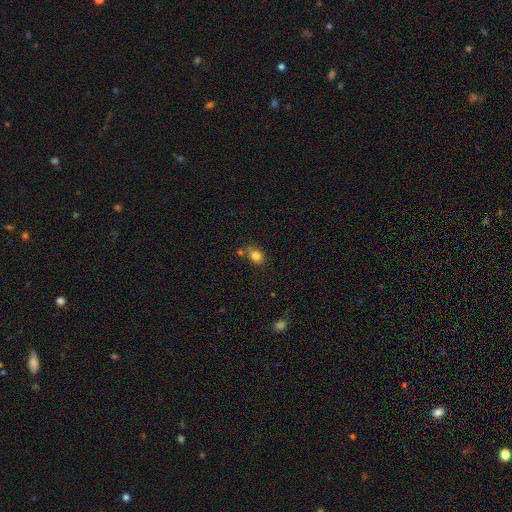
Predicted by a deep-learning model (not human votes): A smooth galaxy with no disk features (82%) that is in between round and cigar-shaped (56%).

Vote fractions:
- Smooth or featured? smooth: 82% / star or artifact: 11% / featured or disk: 8%
- How rounded? in between: 56% / round: 43% / cigar-shaped: 1%
- Merging? none: 64% / minor disturbance: 17% / merger: 15% / major disturbance: 5%